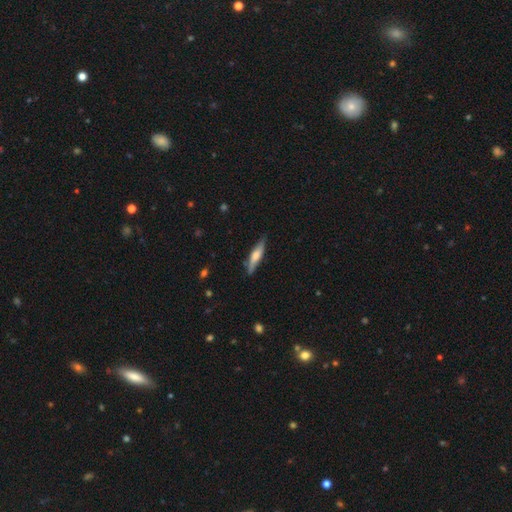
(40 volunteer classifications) Smooth or featured?
  - featured or disk: 52% *
  - smooth: 45%
  - star or artifact: 2%
Edge-on disk?
  - yes: 90% *
  - no: 10%
Edge-on bulge?
  - rounded: 74% *
  - boxy: 16%
  - none: 11%
Merging?
  - none: 74% *
  - minor disturbance: 26%
  - major disturbance: 0%
  - merger: 0%